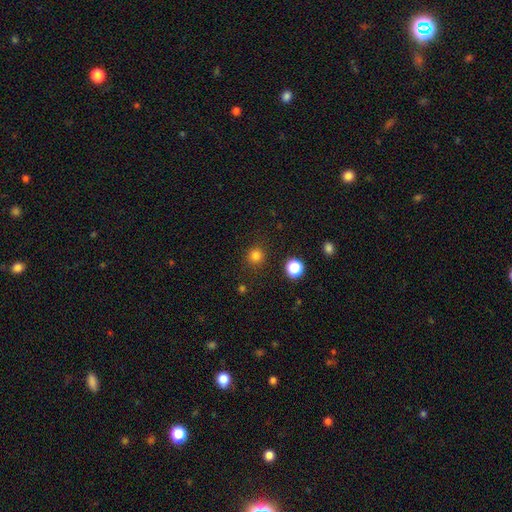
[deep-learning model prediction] Smooth or featured? smooth (80%)
How rounded? round (93%)
Merging? none (89%)